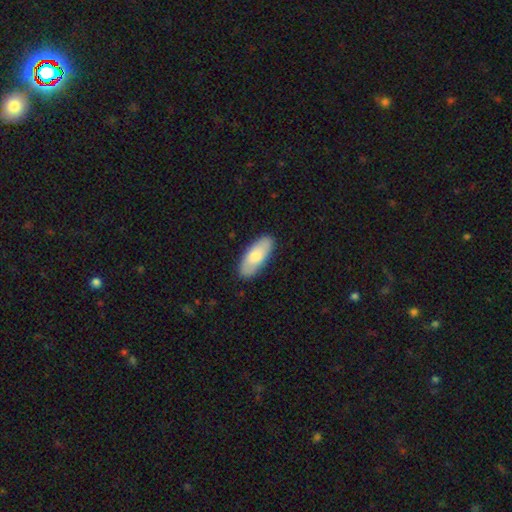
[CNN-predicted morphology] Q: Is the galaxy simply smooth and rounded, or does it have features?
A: smooth — 77%.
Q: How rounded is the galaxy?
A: in between — 79%.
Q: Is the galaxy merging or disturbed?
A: none — 86%.